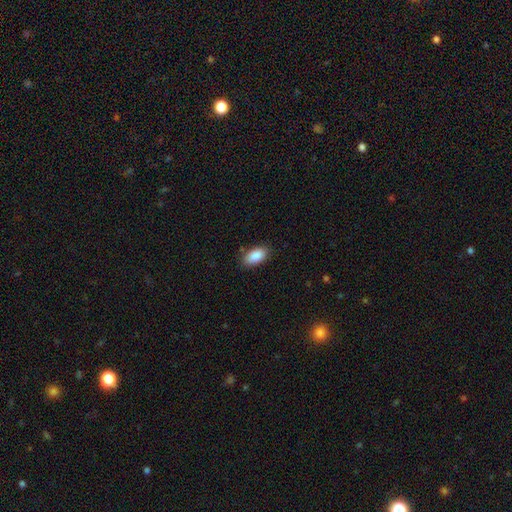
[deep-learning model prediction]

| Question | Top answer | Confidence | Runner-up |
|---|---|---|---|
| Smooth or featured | smooth | 89% | star or artifact (7%) |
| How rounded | in between | 93% | cigar-shaped (4%) |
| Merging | none | 84% | minor disturbance (12%) |